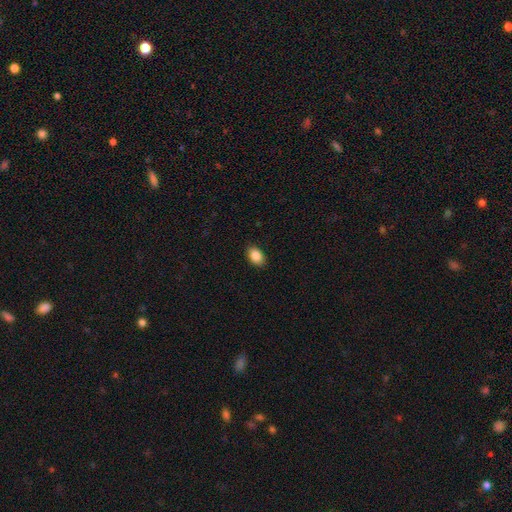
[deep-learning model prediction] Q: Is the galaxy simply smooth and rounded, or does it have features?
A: smooth — 87%.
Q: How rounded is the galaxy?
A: in between — 85%.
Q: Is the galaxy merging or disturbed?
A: none — 89%.